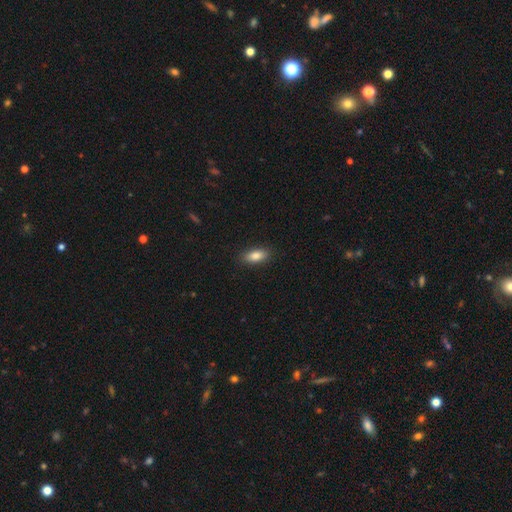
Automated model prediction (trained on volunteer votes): The model was most divided on "how rounded": in between: 83%, cigar-shaped: 14%, round: 3%. More confident: merging — none (88%); smooth or featured — smooth (85%).